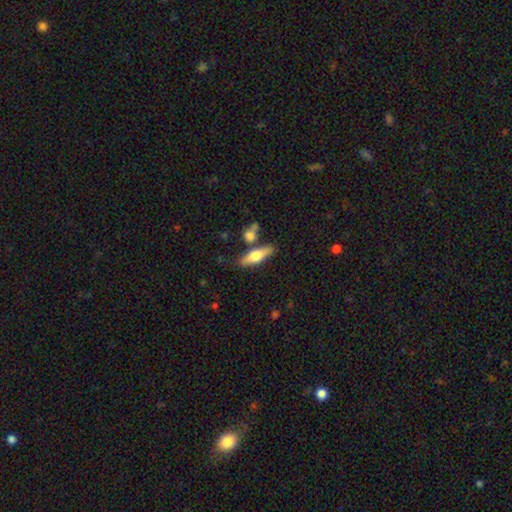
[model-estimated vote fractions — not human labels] Overall: smooth (56%; featured or disk 38%). How rounded: cigar-shaped (55%; in between 42%). Merging: none (70%).